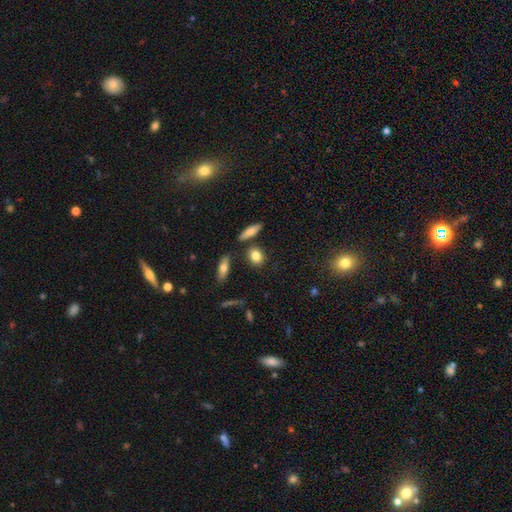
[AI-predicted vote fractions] Overall: smooth (82%). How rounded: round (47%, tied with in between). Merging: none (78%).